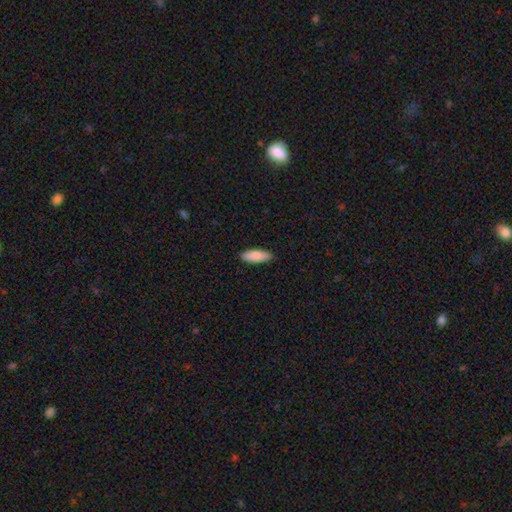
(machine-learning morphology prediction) Q: Smooth or featured?
A: smooth (87%); runner-up: featured or disk (7%)
Q: How rounded?
A: in between (73%); runner-up: cigar-shaped (25%)
Q: Merging?
A: none (85%); runner-up: minor disturbance (12%)